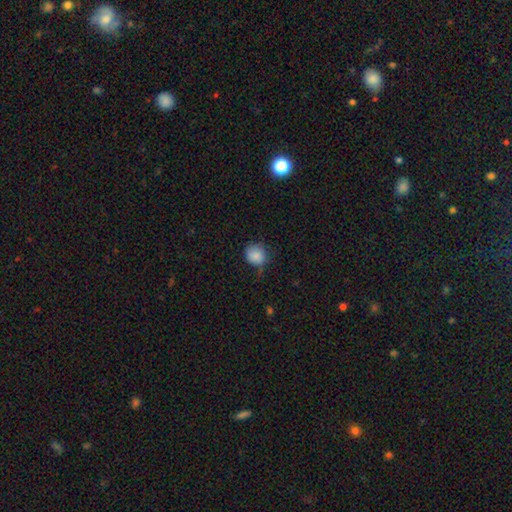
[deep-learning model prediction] Smooth or featured: smooth — 83% (star or artifact — 9%)
How rounded: round — 78% (in between — 21%)
Merging: none — 55% (minor disturbance — 33%)